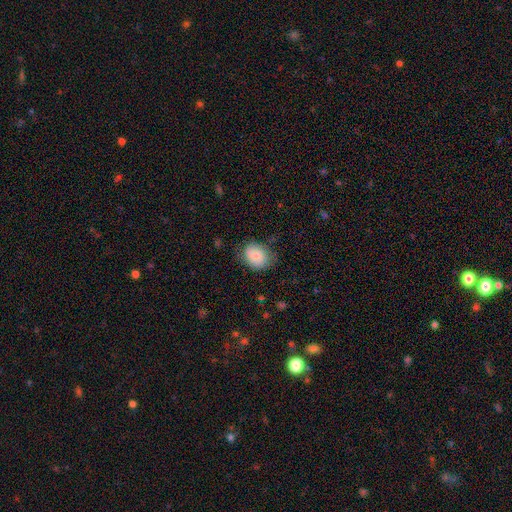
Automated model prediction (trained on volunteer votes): Smooth or featured? Predicted: smooth (p=0.77). How rounded? Predicted: in between (p=0.53). Merging? Predicted: none (p=0.69).